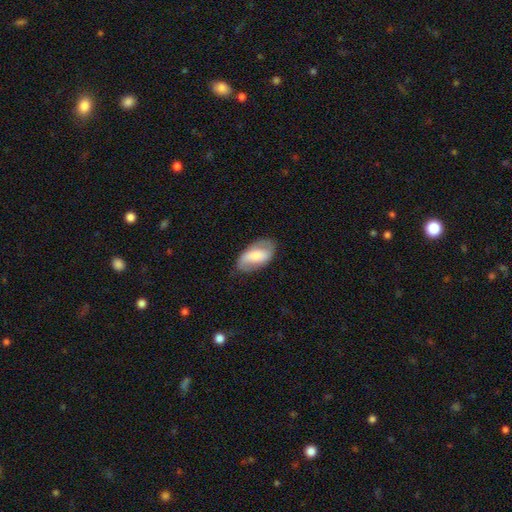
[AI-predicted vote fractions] smooth-or-featured: smooth: 54% | featured or disk: 39% | star or artifact: 7%
  how-rounded: in between: 94% | round: 4% | cigar-shaped: 3%
  merging: none: 70% | minor disturbance: 21% | major disturbance: 7% | merger: 1%